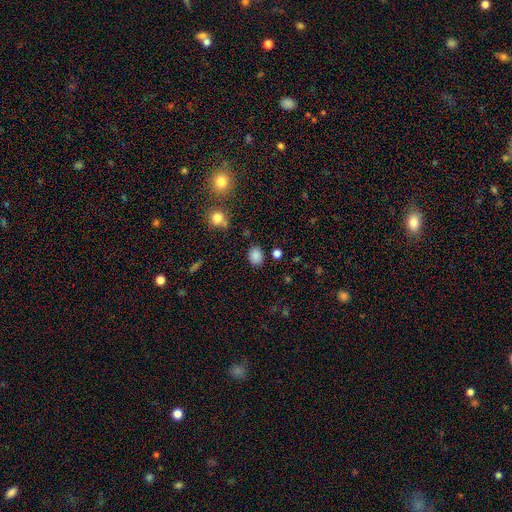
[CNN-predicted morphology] This appears to be a smooth galaxy with no disk features (84%) that is in between round and cigar-shaped (59%). Merging: none (83%).